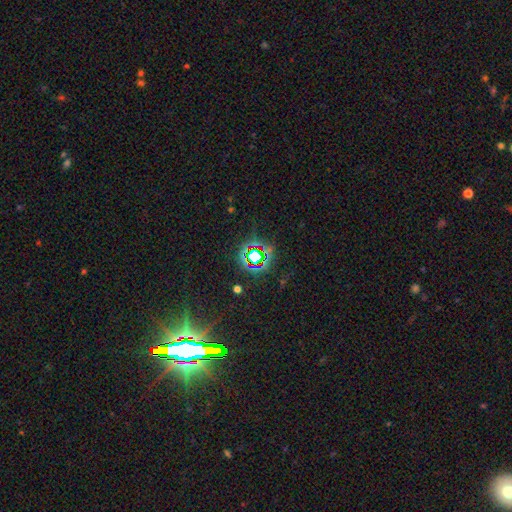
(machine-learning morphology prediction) This is likely a star or artifact rather than a galaxy (72%).